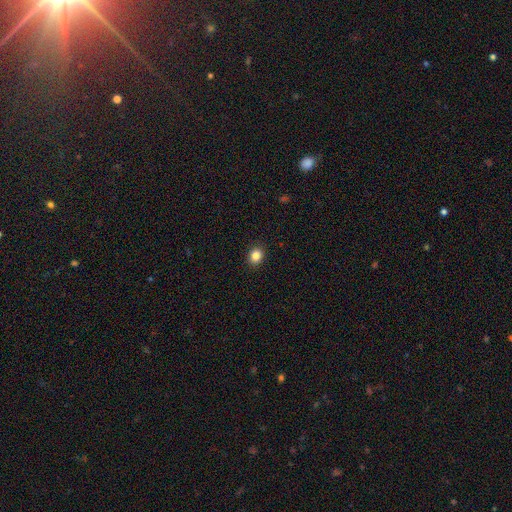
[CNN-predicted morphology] Smooth or featured? Predicted: smooth (p=0.84). How rounded? Predicted: round (p=0.60). Merging? Predicted: none (p=0.91).